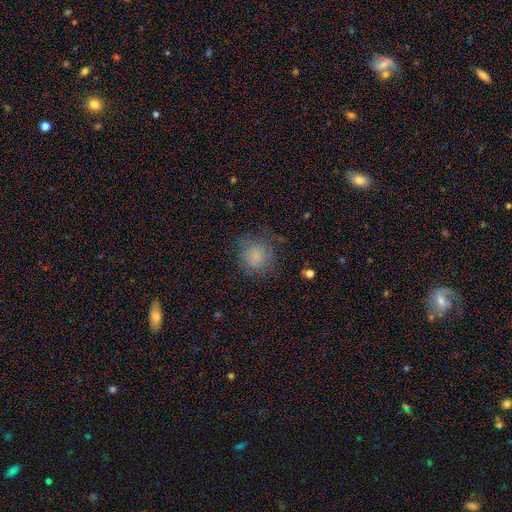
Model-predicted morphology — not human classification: Overall: smooth (78%). How rounded: round (84%). Merging: none (72%).